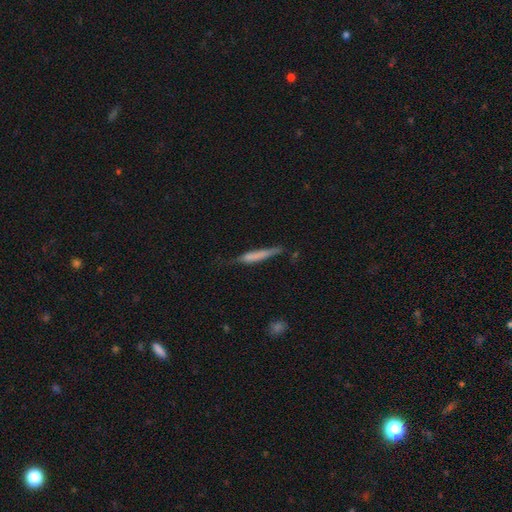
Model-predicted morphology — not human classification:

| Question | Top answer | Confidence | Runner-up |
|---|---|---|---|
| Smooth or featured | smooth | 65% | featured or disk (29%) |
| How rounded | cigar-shaped | 93% | in between (5%) |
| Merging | none | 60% | minor disturbance (28%) |